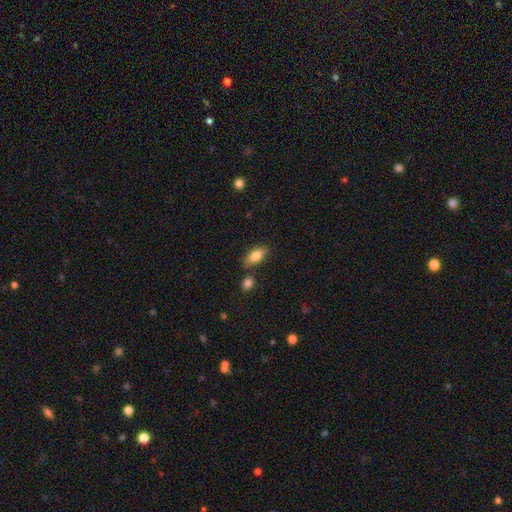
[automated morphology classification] Smooth or featured?
  - smooth: 78% *
  - featured or disk: 14%
  - star or artifact: 7%
How rounded?
  - in between: 84% *
  - cigar-shaped: 11%
  - round: 5%
Merging?
  - none: 72% *
  - minor disturbance: 14%
  - merger: 10%
  - major disturbance: 3%